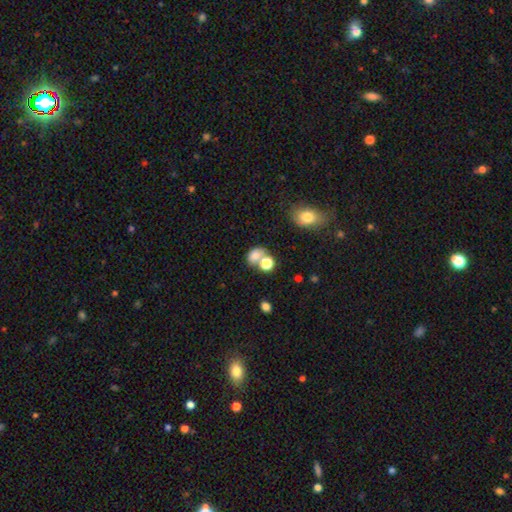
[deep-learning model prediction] Smooth or featured? Predicted: smooth (p=0.75). How rounded? Predicted: in between (p=0.56). Merging? Predicted: merger (p=0.44).